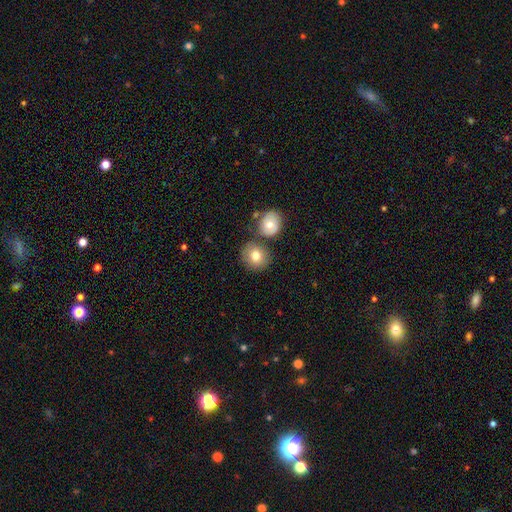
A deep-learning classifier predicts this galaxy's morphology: type=smooth (78%); roundness=round (82%); merging=none (70%).